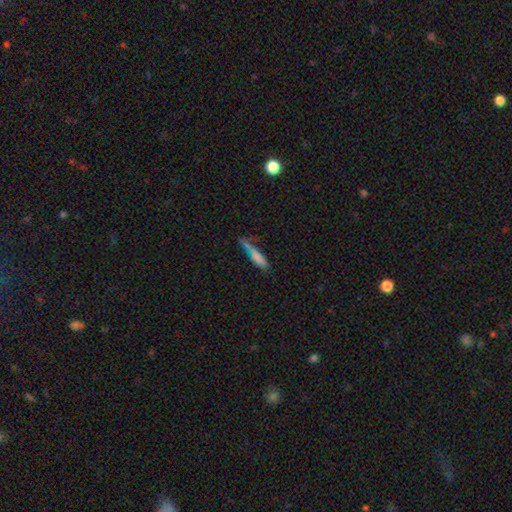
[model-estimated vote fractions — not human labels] smooth_or_featured: smooth (p=0.70) [alt: featured or disk p=0.19]
how_rounded: cigar-shaped (p=0.74) [alt: in between p=0.23]
merging: none (p=0.47) [alt: minor disturbance p=0.22]